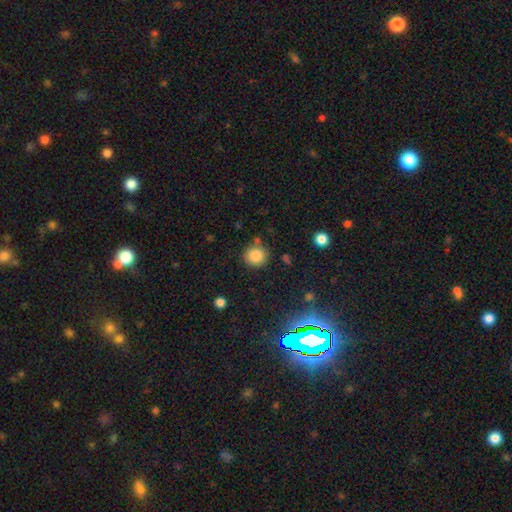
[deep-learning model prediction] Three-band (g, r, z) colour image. It shows a smooth galaxy with no disk features (84%) that is round (91%). Merging: none (83%).